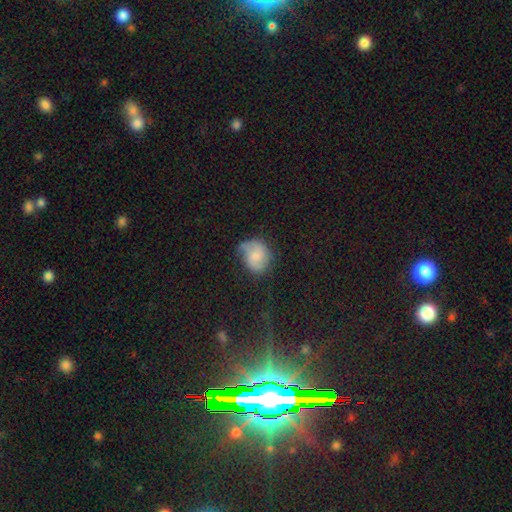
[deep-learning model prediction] Morphology: type=smooth (53%); roundness=round (63%); merging=none (52%).